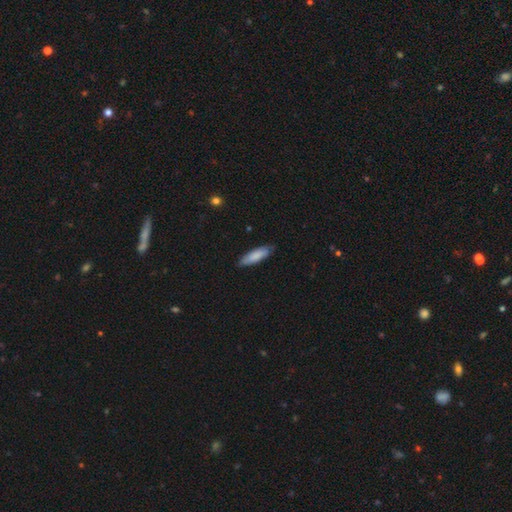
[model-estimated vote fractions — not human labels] smooth_or_featured: smooth (p=0.82) [alt: featured or disk p=0.12]
how_rounded: cigar-shaped (p=0.54) [alt: in between p=0.45]
merging: none (p=0.81) [alt: minor disturbance p=0.15]